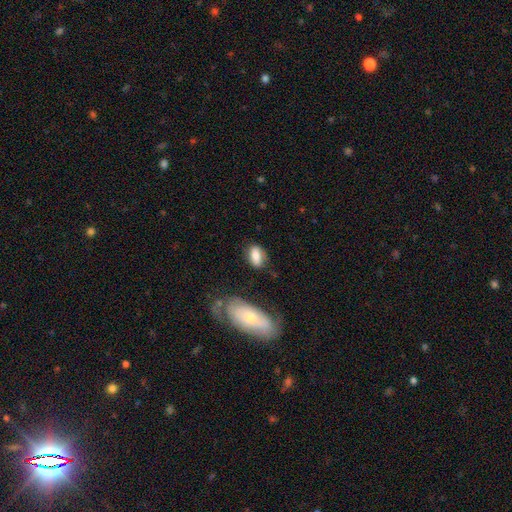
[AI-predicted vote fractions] Smooth or featured? Predicted: smooth (p=0.78). How rounded? Predicted: in between (p=0.87). Merging? Predicted: none (p=0.72).